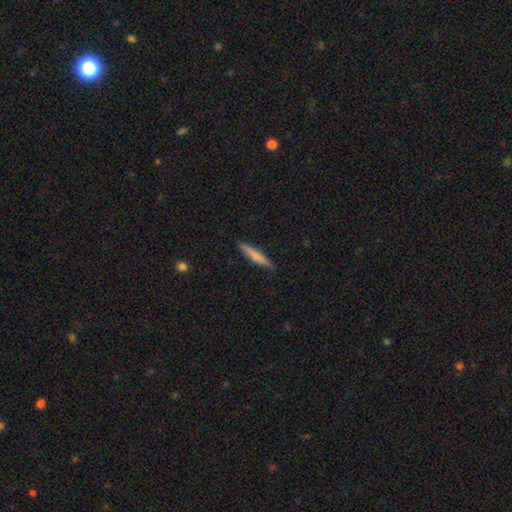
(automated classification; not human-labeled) Overall: smooth (67%; featured or disk 27%). How rounded: cigar-shaped (93%). Merging: none (89%).